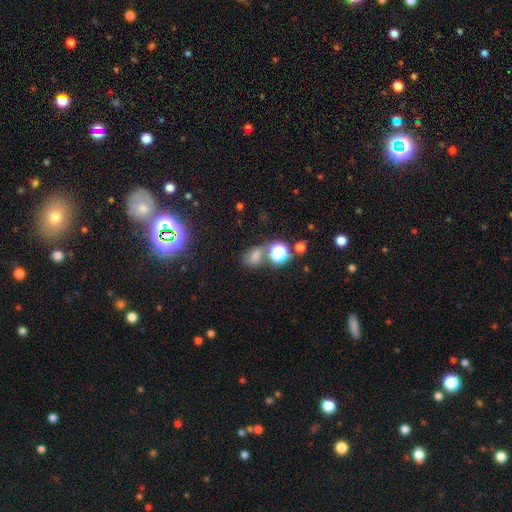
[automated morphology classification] smooth-or-featured: smooth: 49% | star or artifact: 39% | featured or disk: 12%
  merging: none: 57% | merger: 24% | minor disturbance: 13% | major disturbance: 6%